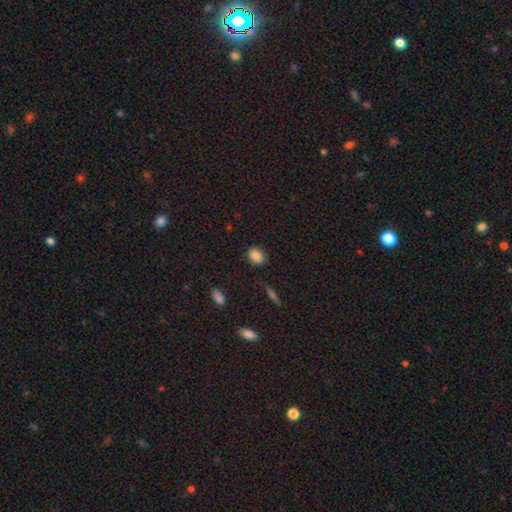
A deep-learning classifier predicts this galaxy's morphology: smooth-or-featured: smooth: 86% | star or artifact: 9% | featured or disk: 5%
  how-rounded: in between: 70% | round: 28% | cigar-shaped: 2%
  merging: none: 84% | minor disturbance: 11% | major disturbance: 3% | merger: 2%